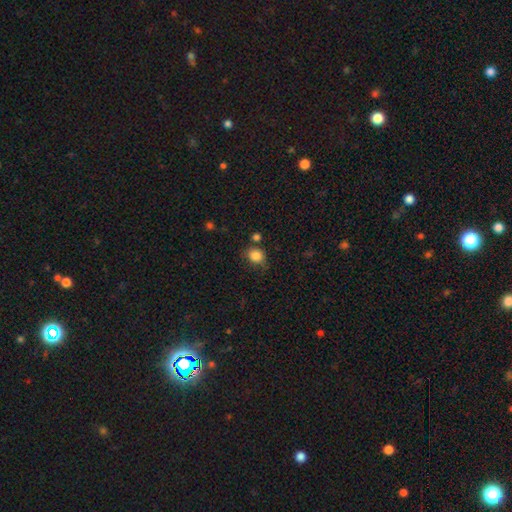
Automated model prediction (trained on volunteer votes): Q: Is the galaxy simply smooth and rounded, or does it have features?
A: smooth — 85%.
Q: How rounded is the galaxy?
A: round — 69%.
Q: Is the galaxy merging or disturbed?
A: none — 65%.